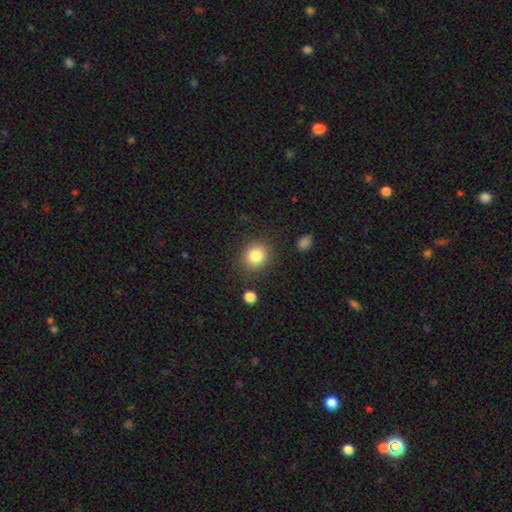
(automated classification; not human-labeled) Smooth or featured: smooth — 84% (star or artifact — 10%)
How rounded: round — 82% (in between — 17%)
Merging: none — 85% (minor disturbance — 9%)